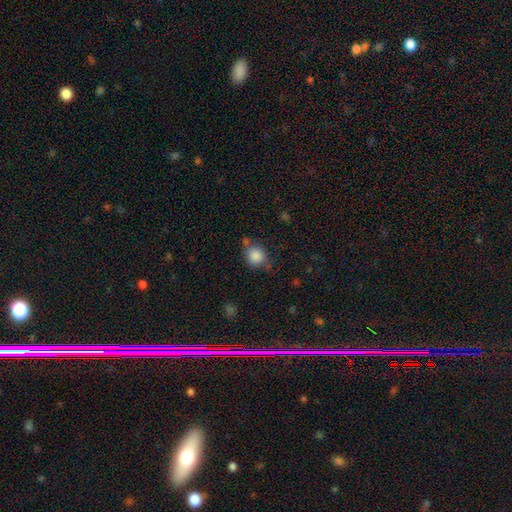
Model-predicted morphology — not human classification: smooth 86%, star or artifact 9%, featured or disk 5%. Down the decision tree: how rounded — round (79%); merging — none (61%).